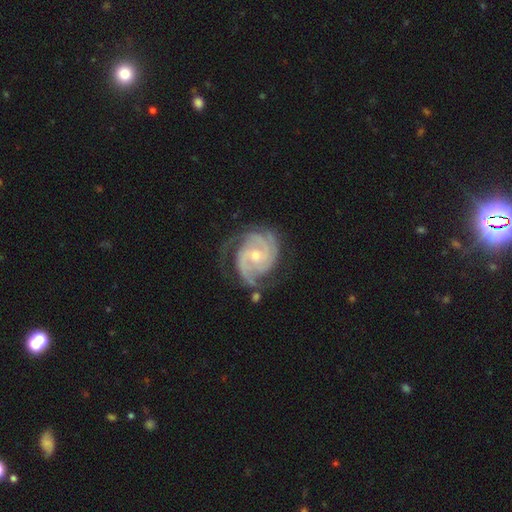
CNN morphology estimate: Smooth or featured?
  - featured or disk: 92% *
  - star or artifact: 4%
  - smooth: 4%
Edge-on disk?
  - no: 98% *
  - yes: 2%
Bar?
  - no: 61% *
  - weak: 31%
  - strong: 8%
Spiral arms?
  - yes: 98% *
  - no: 2%
Spiral winding?
  - tight: 68% *
  - medium: 28%
  - loose: 4%
Spiral arm count?
  - 3: 40% *
  - 2: 28%
  - 4: 11%
  - can't tell: 11%
  - more than 4: 5%
  - 1: 5%
Bulge size?
  - small: 49% *
  - moderate: 47%
  - large: 1%
  - none: 1%
  - dominant: 1%
Merging?
  - none: 69% *
  - minor disturbance: 20%
  - major disturbance: 9%
  - merger: 2%